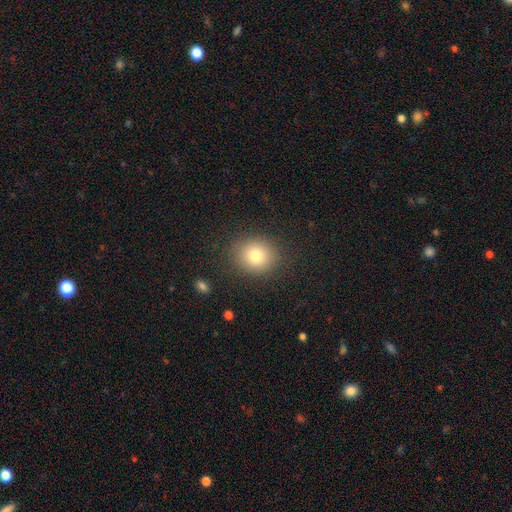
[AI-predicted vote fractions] This is likely a smooth galaxy (78%). How rounded: likely round (77%). Merging: clearly none (87%).